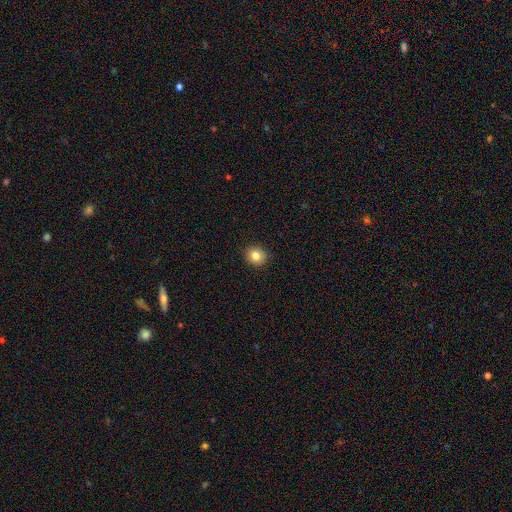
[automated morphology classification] A smooth galaxy with no disk features (83%) that is round (78%). Merging: none (91%).